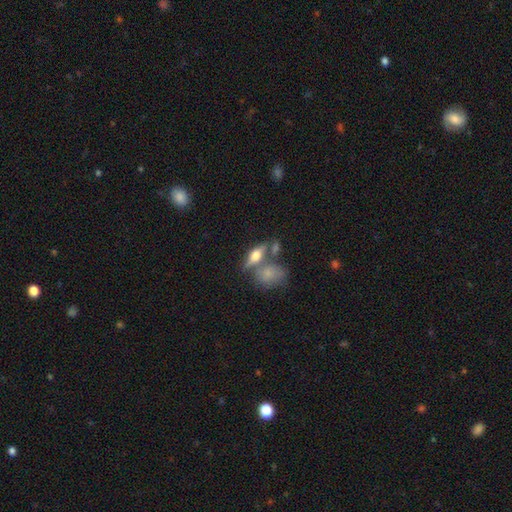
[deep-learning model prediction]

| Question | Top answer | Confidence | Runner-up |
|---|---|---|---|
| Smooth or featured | featured or disk | 50% | smooth (41%) |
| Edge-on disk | yes | 88% | no (12%) |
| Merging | none | 59% | merger (23%) |